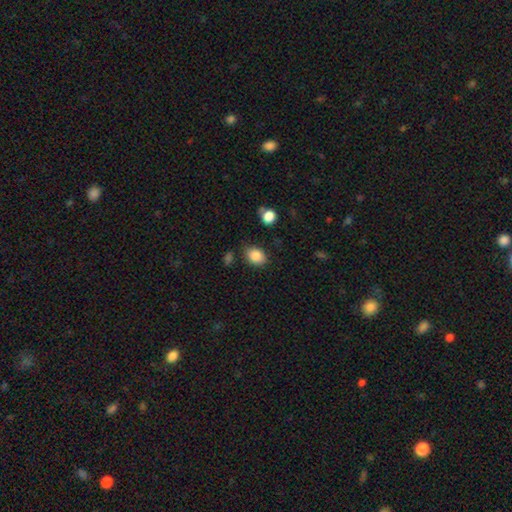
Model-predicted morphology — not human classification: smooth-or-featured: smooth: 86% | star or artifact: 9% | featured or disk: 5%
  how-rounded: in between: 65% | round: 34% | cigar-shaped: 1%
  merging: none: 78% | minor disturbance: 15% | major disturbance: 4% | merger: 3%